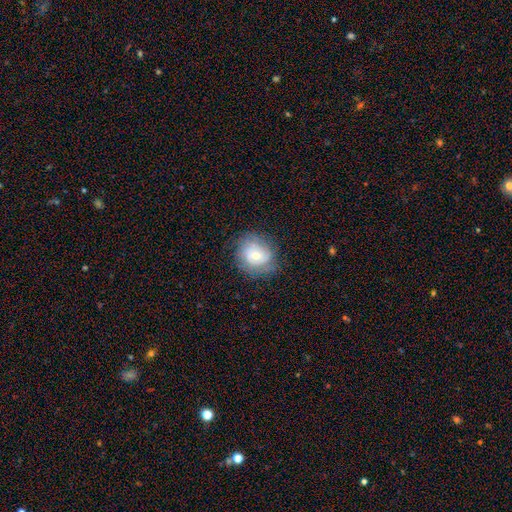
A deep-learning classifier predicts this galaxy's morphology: This appears to be a featured or disk galaxy (45%). Merging: none (74%).